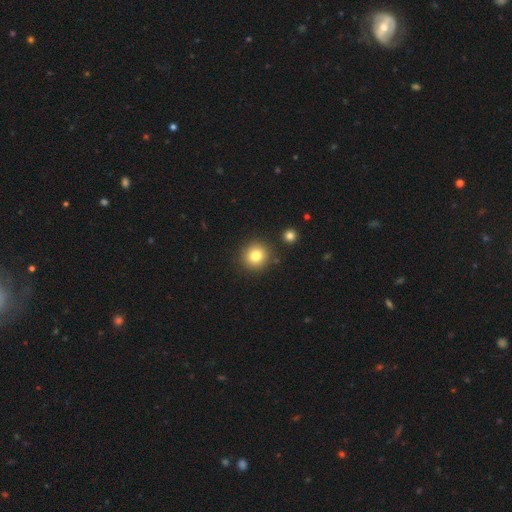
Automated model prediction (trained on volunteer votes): smooth_or_featured: smooth (p=0.81) [alt: star or artifact p=0.12]
how_rounded: round (p=0.91) [alt: in between p=0.08]
merging: none (p=0.87) [alt: minor disturbance p=0.07]